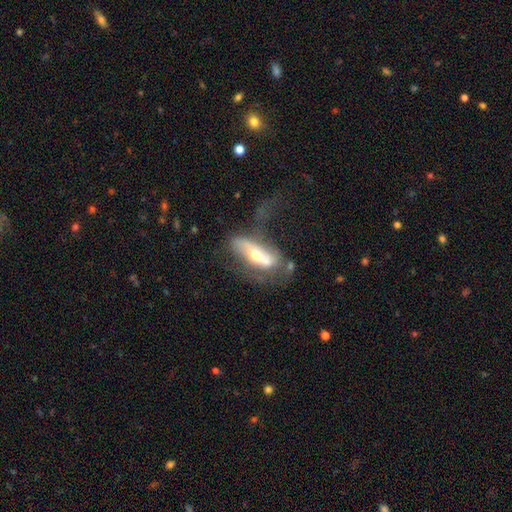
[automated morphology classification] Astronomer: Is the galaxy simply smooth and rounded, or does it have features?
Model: featured or disk — 60%.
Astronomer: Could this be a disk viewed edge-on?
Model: no — 69%.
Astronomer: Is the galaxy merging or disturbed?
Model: major disturbance — 36% (runner-up: none, 31%).